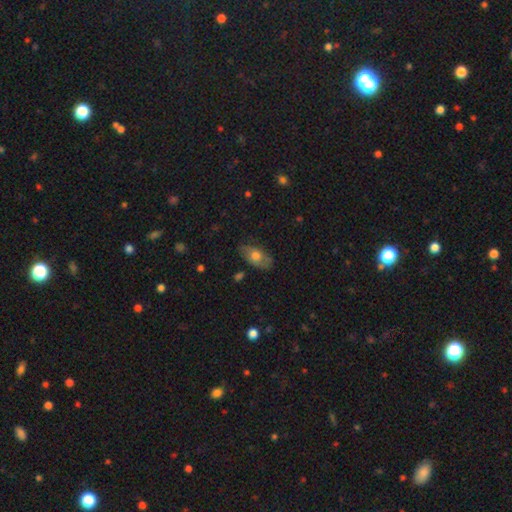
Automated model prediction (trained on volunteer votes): Q: Smooth or featured?
A: smooth (62%); runner-up: featured or disk (31%)
Q: How rounded?
A: in between (89%); runner-up: round (6%)
Q: Merging?
A: none (71%); runner-up: minor disturbance (21%)